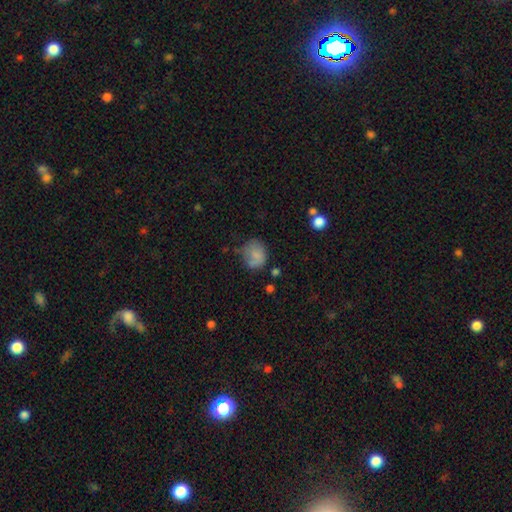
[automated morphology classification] type=smooth (75%); roundness=round (68%); merging=none (50%).